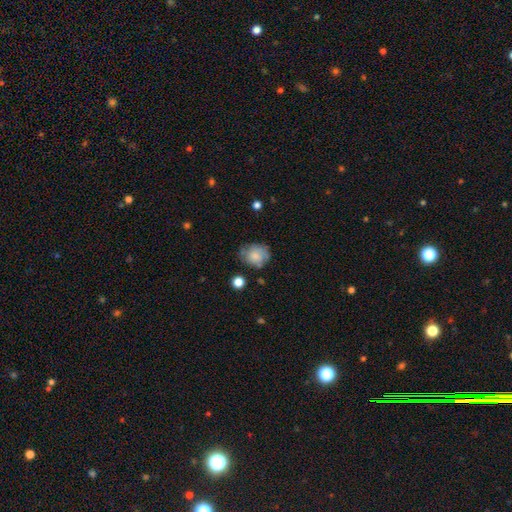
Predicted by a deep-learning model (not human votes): Q: Smooth or featured?
A: smooth (76%); runner-up: featured or disk (15%)
Q: How rounded?
A: round (59%); runner-up: in between (41%)
Q: Merging?
A: none (59%); runner-up: minor disturbance (28%)